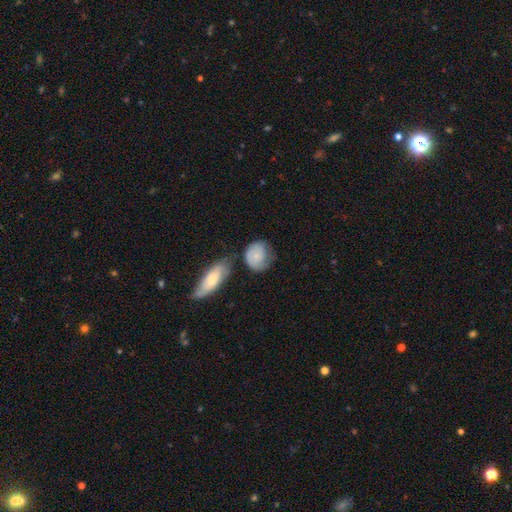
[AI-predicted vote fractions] Overall: smooth (66%; featured or disk 27%). How rounded: round (57%; in between 41%). Merging: none (47%; minor disturbance 25%).